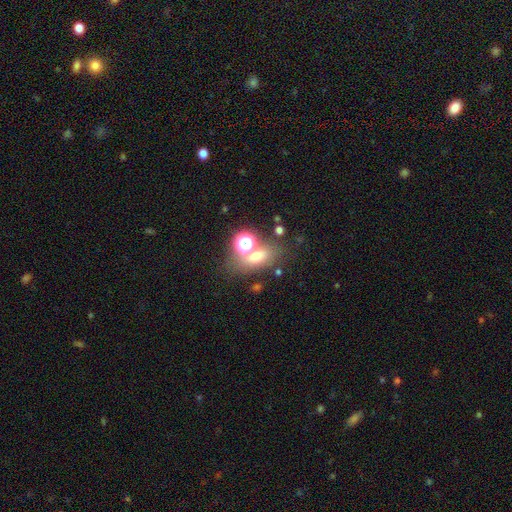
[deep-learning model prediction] The model was most divided on "merging": none: 56%, merger: 25%, minor disturbance: 12%, major disturbance: 8%. More confident: how rounded — in between (65%); smooth or featured — smooth (61%).